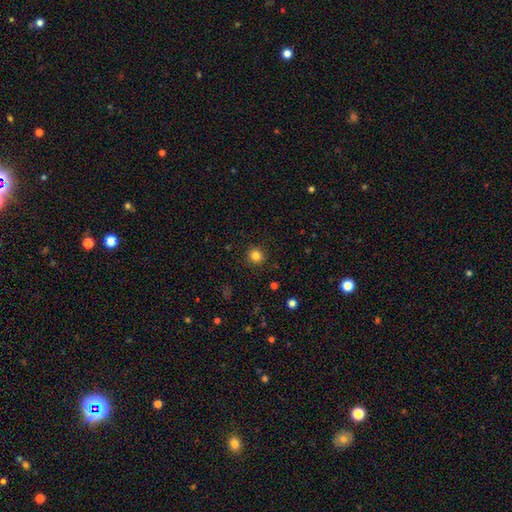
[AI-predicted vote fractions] A smooth galaxy with no disk features (83%) that is round (93%).

Vote fractions:
- Smooth or featured? smooth: 83% / star or artifact: 12% / featured or disk: 5%
- How rounded? round: 93% / in between: 6% / cigar-shaped: 1%
- Merging? none: 90% / minor disturbance: 6% / major disturbance: 2% / merger: 1%